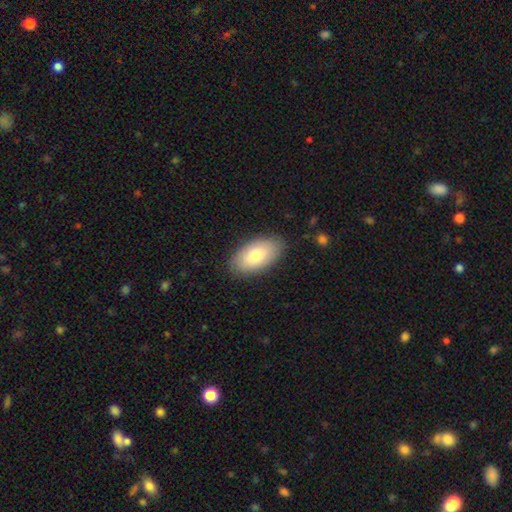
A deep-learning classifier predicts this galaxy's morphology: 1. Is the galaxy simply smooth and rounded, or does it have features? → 77% smooth, 17% featured or disk, 6% star or artifact.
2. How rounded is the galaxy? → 95% in between, 3% round, 2% cigar-shaped.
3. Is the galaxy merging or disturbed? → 85% none, 12% minor disturbance, 3% major disturbance, 1% merger.